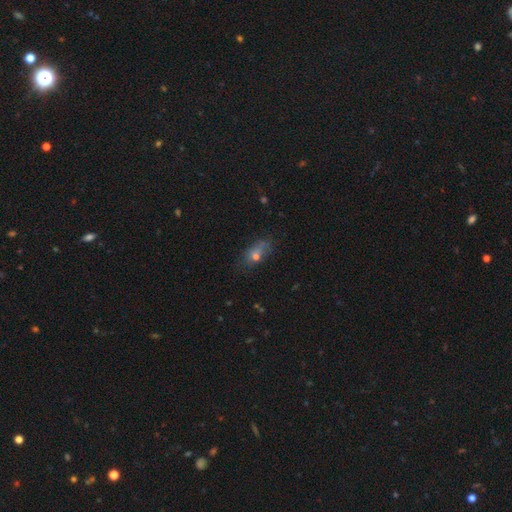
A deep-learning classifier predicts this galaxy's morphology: Smooth or featured?
  - smooth: 64% *
  - featured or disk: 21%
  - star or artifact: 15%
How rounded?
  - in between: 74% *
  - round: 18%
  - cigar-shaped: 8%
Merging?
  - none: 46% *
  - minor disturbance: 29%
  - major disturbance: 19%
  - merger: 6%